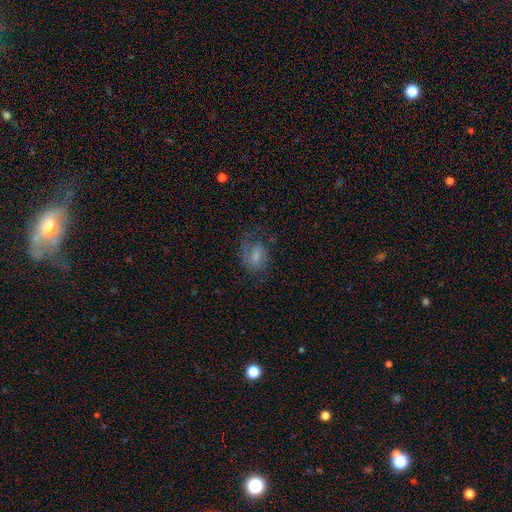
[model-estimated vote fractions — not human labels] Q: Smooth or featured?
A: featured or disk (45%); tied with: smooth (45%)
Q: Merging?
A: none (44%); runner-up: major disturbance (30%)